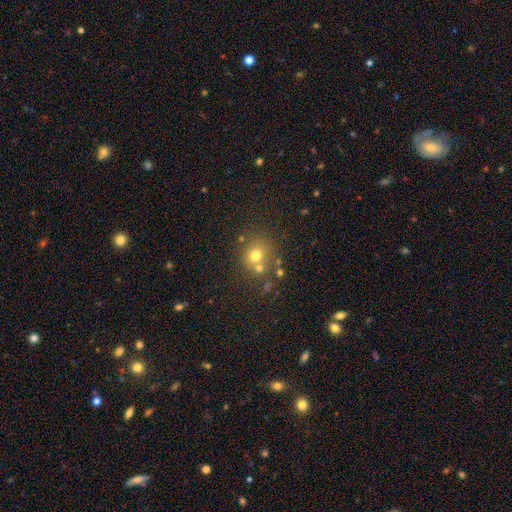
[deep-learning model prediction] Smooth or featured: smooth — 68% (star or artifact — 18%)
How rounded: round — 81% (in between — 18%)
Merging: none — 60% (merger — 24%)